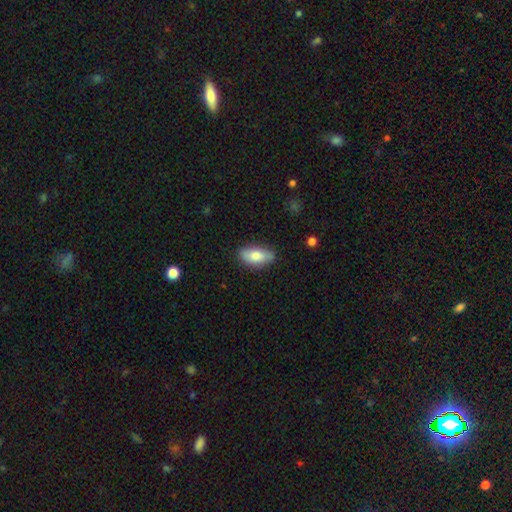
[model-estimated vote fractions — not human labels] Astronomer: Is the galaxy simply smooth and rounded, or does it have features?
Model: smooth — 76%.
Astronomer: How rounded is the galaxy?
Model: in between — 87%.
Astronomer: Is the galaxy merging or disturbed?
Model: none — 80%.